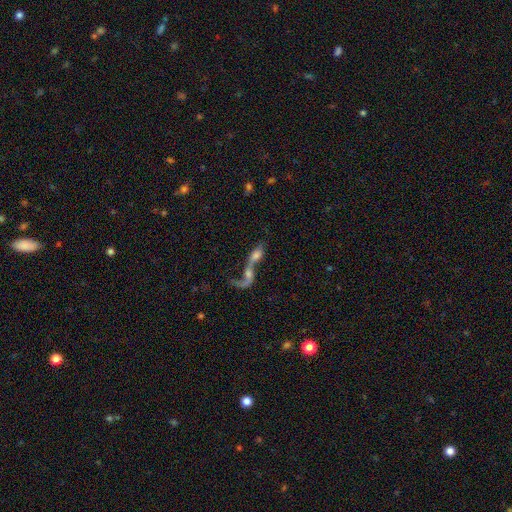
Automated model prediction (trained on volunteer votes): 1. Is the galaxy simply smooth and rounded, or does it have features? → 49% featured or disk, 40% smooth, 12% star or artifact.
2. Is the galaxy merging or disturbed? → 79% merger, 9% major disturbance, 9% none, 4% minor disturbance.